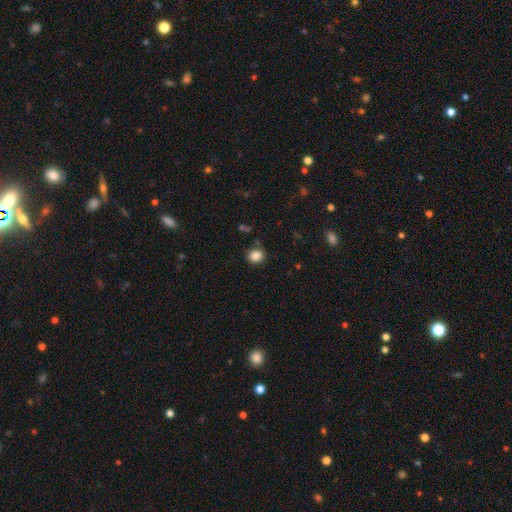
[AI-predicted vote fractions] A smooth galaxy with no disk features (86%) that is round (73%).

Vote fractions:
- Smooth or featured? smooth: 86% / star or artifact: 10% / featured or disk: 4%
- How rounded? round: 73% / in between: 26% / cigar-shaped: 1%
- Merging? none: 83% / minor disturbance: 11% / major disturbance: 3% / merger: 3%